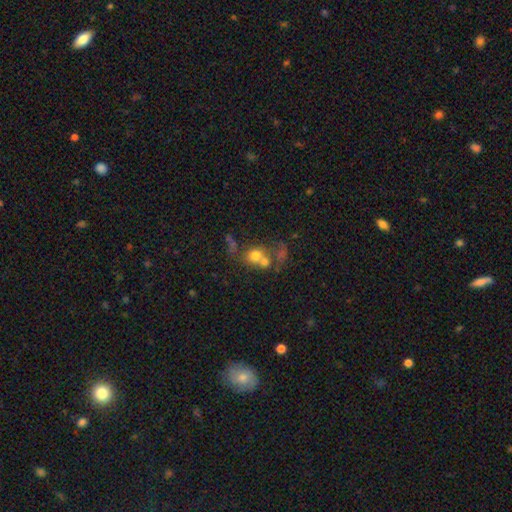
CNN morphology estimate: smooth_or_featured: smooth (p=0.64) [alt: featured or disk p=0.23]
how_rounded: round (p=0.66) [alt: in between p=0.32]
merging: merger (p=0.53) [alt: none p=0.27]